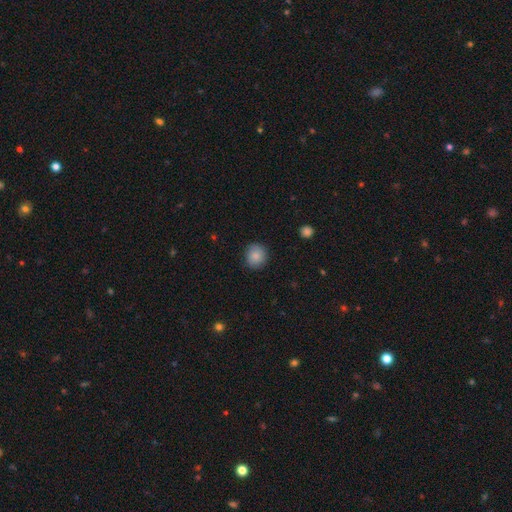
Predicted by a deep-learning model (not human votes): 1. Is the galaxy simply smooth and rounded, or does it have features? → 87% smooth, 8% star or artifact, 5% featured or disk.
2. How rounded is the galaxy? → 87% round, 12% in between, 1% cigar-shaped.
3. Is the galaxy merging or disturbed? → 88% none, 9% minor disturbance, 2% major disturbance, 1% merger.